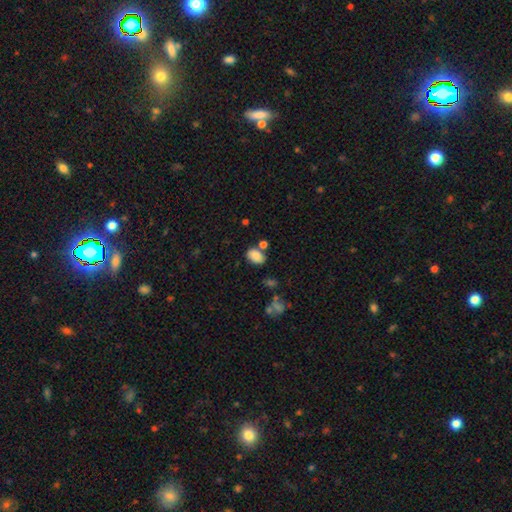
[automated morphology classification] Smooth or featured? Predicted: smooth (p=0.83). How rounded? Predicted: in between (p=0.77). Merging? Predicted: none (p=0.64).